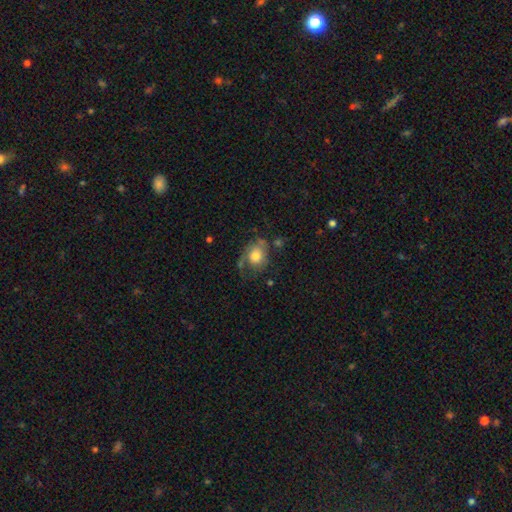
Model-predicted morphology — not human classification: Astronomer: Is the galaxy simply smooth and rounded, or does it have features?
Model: smooth — 57% (runner-up: featured or disk, 35%).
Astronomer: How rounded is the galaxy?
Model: round — 57% (runner-up: in between, 42%).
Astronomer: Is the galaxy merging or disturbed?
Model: none — 44% (runner-up: minor disturbance, 26%).